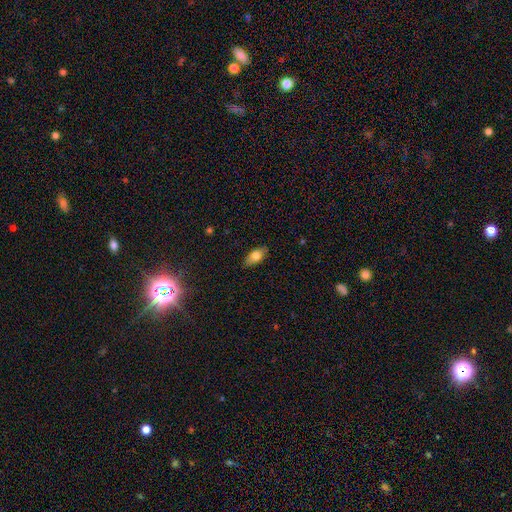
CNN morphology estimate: This is likely a smooth galaxy (76%). How rounded: clearly in between (86%). Merging: clearly none (84%).